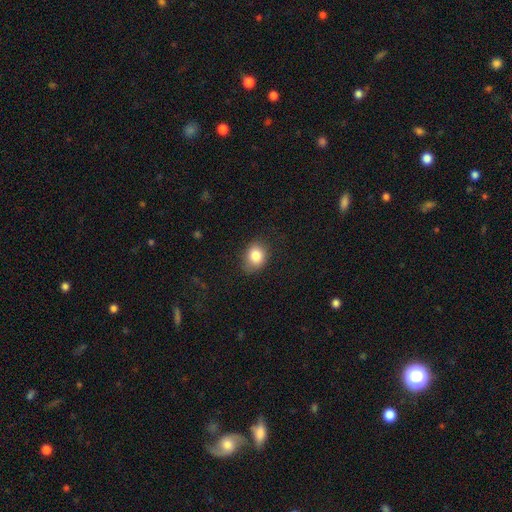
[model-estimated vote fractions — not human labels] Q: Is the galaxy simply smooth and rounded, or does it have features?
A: smooth — 83%.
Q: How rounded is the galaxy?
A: in between — 55%.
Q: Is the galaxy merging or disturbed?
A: none — 76%.